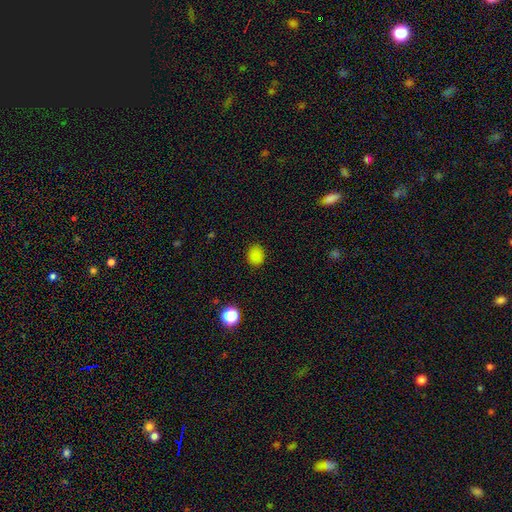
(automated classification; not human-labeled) Smooth or featured? smooth (82%)
How rounded? round (63%)
Merging? none (87%)